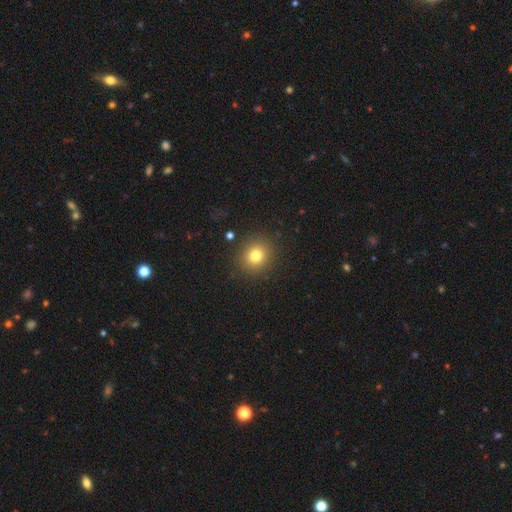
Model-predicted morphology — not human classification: Smooth or featured? smooth (79%)
How rounded? round (83%)
Merging? none (88%)